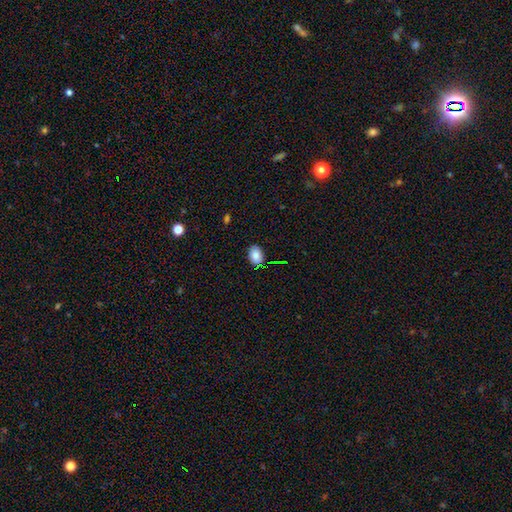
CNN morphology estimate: Q: Smooth or featured?
A: smooth (82%); runner-up: star or artifact (11%)
Q: How rounded?
A: in between (78%); runner-up: round (21%)
Q: Merging?
A: none (83%); runner-up: minor disturbance (13%)